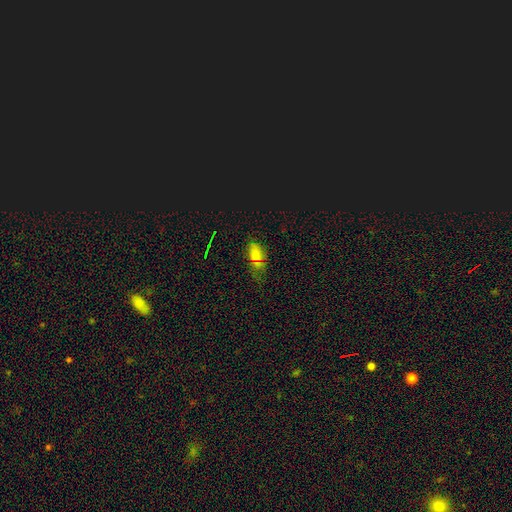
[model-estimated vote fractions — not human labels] Smooth or featured? Predicted: smooth (p=0.58). How rounded? Predicted: in between (p=0.87). Merging? Predicted: none (p=0.58).